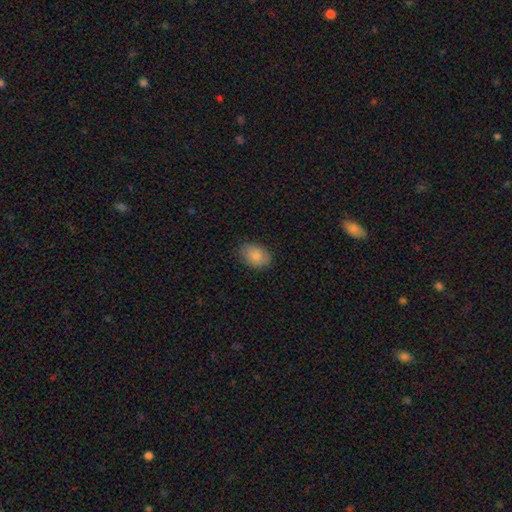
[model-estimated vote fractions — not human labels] A smooth galaxy with no disk features (85%) that is in between round and cigar-shaped (83%).

Vote fractions:
- Smooth or featured? smooth: 85% / featured or disk: 8% / star or artifact: 7%
- How rounded? in between: 83% / round: 16% / cigar-shaped: 1%
- Merging? none: 83% / minor disturbance: 13% / major disturbance: 3% / merger: 1%